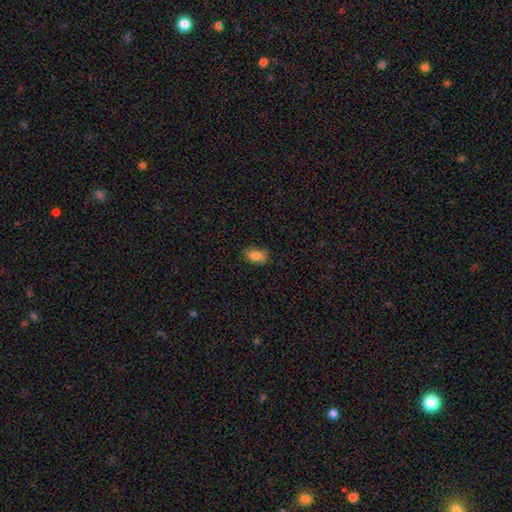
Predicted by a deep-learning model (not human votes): Smooth or featured? Predicted: smooth (p=0.85). How rounded? Predicted: in between (p=0.88). Merging? Predicted: none (p=0.82).